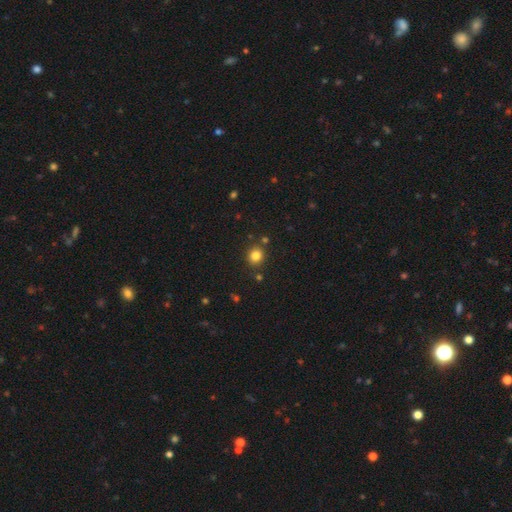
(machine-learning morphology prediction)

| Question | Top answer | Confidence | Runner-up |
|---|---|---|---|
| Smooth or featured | smooth | 81% | star or artifact (13%) |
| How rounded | round | 82% | in between (17%) |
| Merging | none | 84% | minor disturbance (8%) |